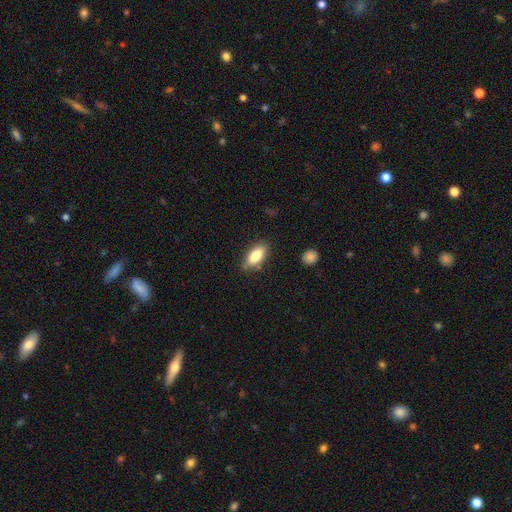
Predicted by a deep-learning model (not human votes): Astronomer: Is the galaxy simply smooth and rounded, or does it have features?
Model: smooth — 83%.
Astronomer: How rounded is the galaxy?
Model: in between — 86%.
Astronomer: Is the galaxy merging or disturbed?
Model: none — 80%.